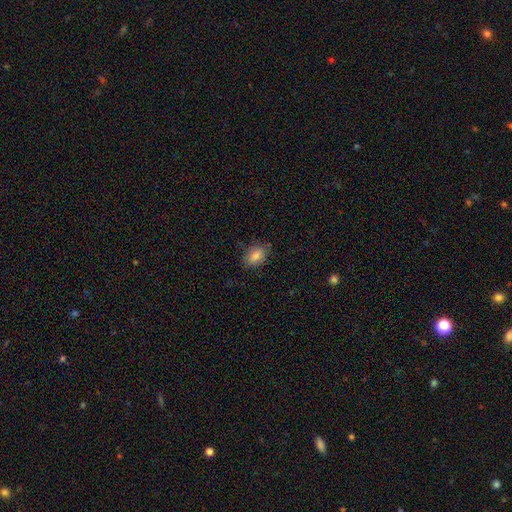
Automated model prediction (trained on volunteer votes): Smooth or featured?
  - smooth: 82% *
  - featured or disk: 9%
  - star or artifact: 9%
How rounded?
  - in between: 82% *
  - round: 16%
  - cigar-shaped: 2%
Merging?
  - none: 79% *
  - minor disturbance: 17%
  - major disturbance: 3%
  - merger: 1%